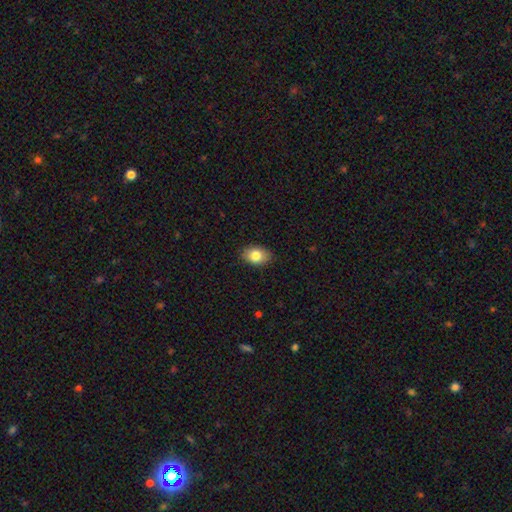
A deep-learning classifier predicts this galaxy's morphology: The model was most divided on "how rounded": in between: 82%, round: 17%, cigar-shaped: 1%. More confident: merging — none (87%); smooth or featured — smooth (83%).